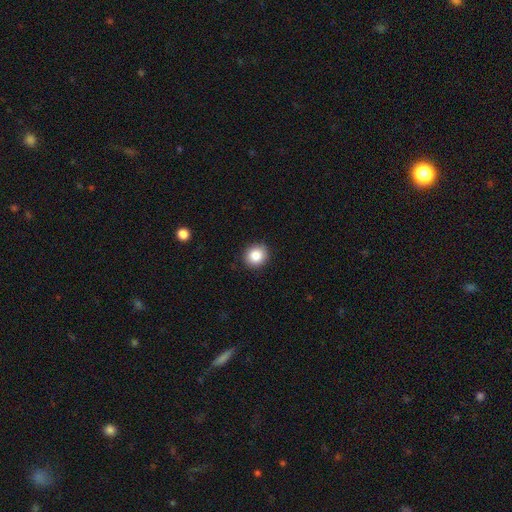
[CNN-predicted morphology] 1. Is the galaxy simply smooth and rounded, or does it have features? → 86% smooth, 9% star or artifact, 5% featured or disk.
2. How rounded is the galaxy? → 82% round, 17% in between, 1% cigar-shaped.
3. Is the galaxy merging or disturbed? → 90% none, 7% minor disturbance, 2% major disturbance, 1% merger.